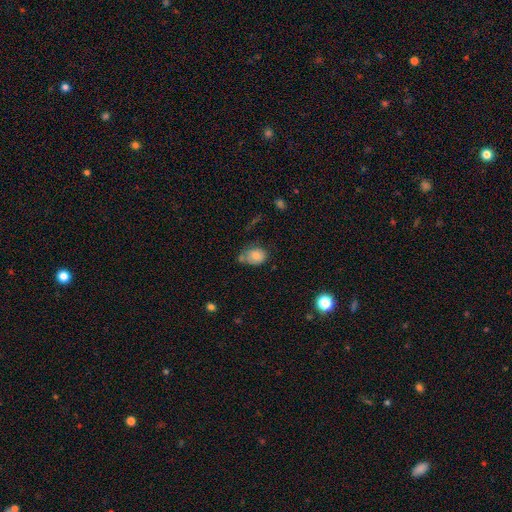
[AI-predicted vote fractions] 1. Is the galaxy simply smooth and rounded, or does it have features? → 79% smooth, 12% featured or disk, 9% star or artifact.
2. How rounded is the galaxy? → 63% in between, 36% round, 1% cigar-shaped.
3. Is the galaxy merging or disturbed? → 45% none, 28% minor disturbance, 18% merger, 10% major disturbance.